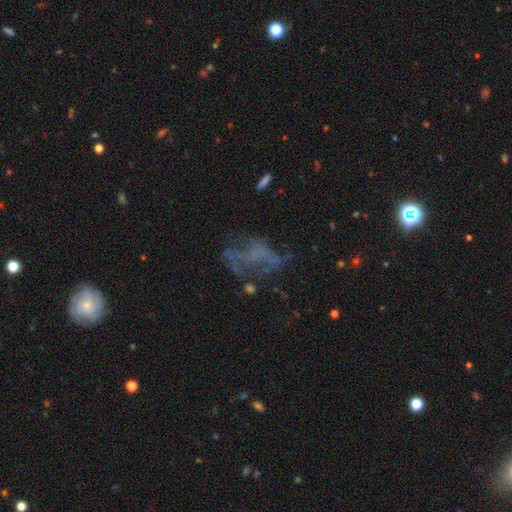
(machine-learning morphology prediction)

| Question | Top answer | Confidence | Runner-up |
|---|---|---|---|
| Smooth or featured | featured or disk | 51% | star or artifact (28%) |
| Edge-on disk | no | 94% | yes (6%) |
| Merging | none | 44% | major disturbance (32%) |